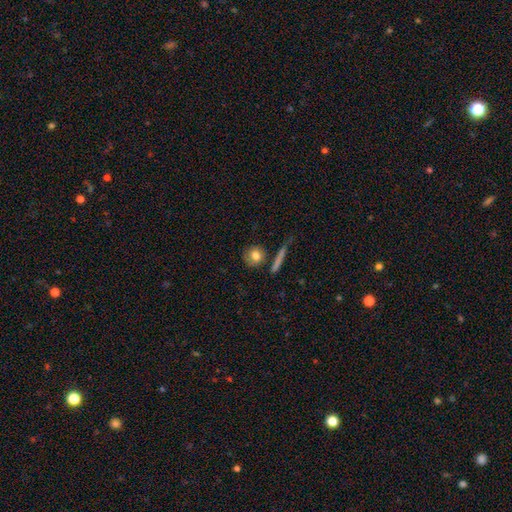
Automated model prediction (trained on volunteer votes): Q: Smooth or featured?
A: smooth (78%); runner-up: featured or disk (14%)
Q: How rounded?
A: round (84%); runner-up: in between (12%)
Q: Merging?
A: none (74%); runner-up: minor disturbance (13%)